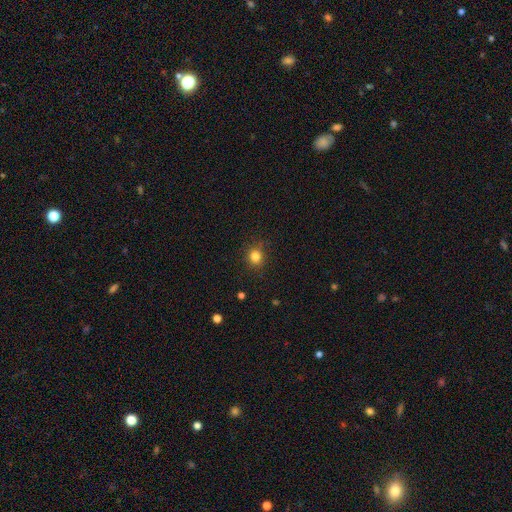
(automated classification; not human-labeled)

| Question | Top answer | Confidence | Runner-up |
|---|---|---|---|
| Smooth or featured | smooth | 82% | star or artifact (13%) |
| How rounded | round | 87% | in between (12%) |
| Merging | none | 87% | minor disturbance (9%) |